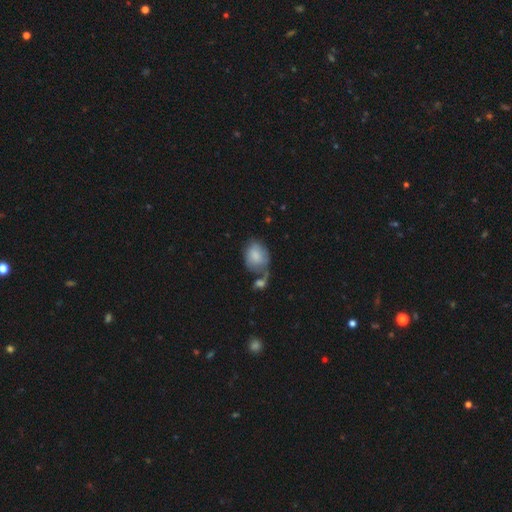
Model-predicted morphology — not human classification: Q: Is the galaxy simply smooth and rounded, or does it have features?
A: smooth — 77%.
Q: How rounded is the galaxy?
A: in between — 68%.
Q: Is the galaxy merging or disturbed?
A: none — 35%.